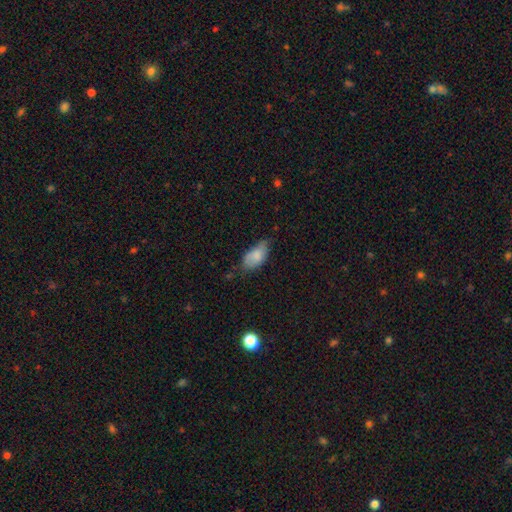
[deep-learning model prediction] Q: Smooth or featured?
A: smooth (82%); runner-up: featured or disk (11%)
Q: How rounded?
A: in between (93%); runner-up: round (4%)
Q: Merging?
A: none (51%); runner-up: minor disturbance (38%)